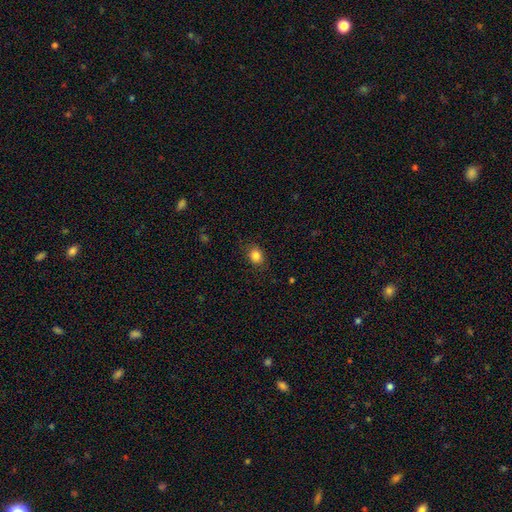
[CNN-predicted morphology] smooth 84%, star or artifact 10%, featured or disk 6%. Down the decision tree: how rounded — in between (50%); merging — none (85%).